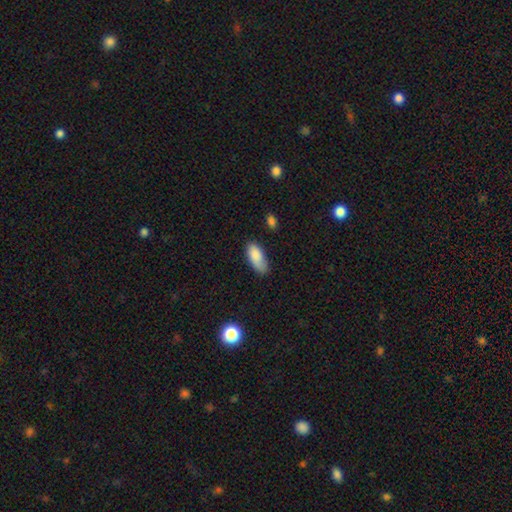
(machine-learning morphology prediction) type=smooth (86%); roundness=in between (86%); merging=none (65%).